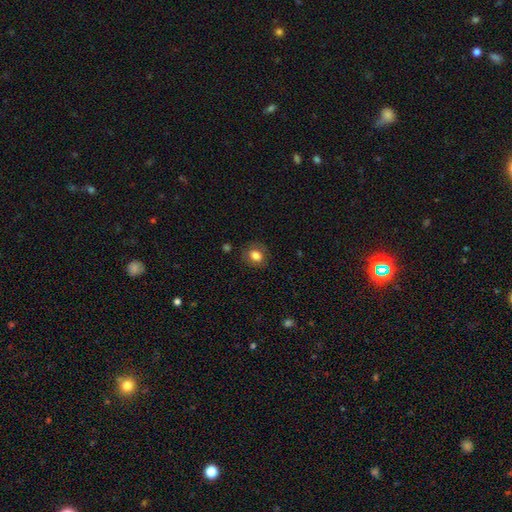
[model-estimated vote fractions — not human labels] Smooth or featured? Predicted: smooth (p=0.79). How rounded? Predicted: round (p=0.61). Merging? Predicted: none (p=0.82).